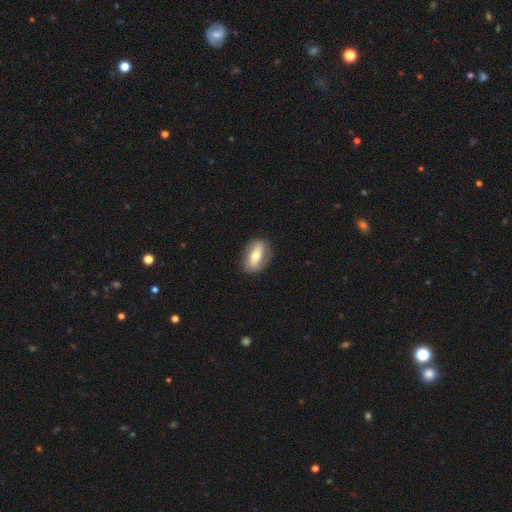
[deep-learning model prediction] Smooth or featured: smooth — 48% (featured or disk — 45%)
Merging: none — 79% (minor disturbance — 15%)